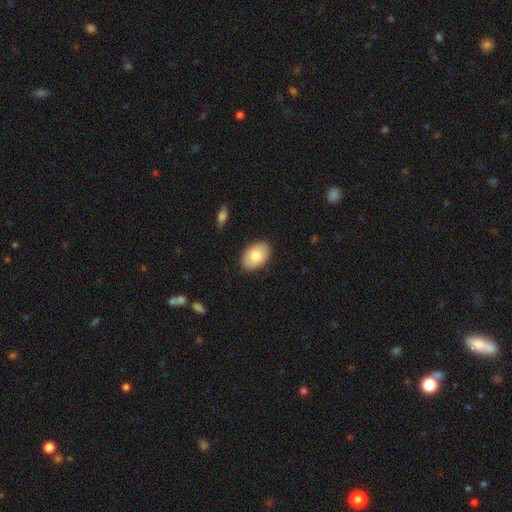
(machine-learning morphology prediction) Smooth or featured?
  - smooth: 79% *
  - featured or disk: 14%
  - star or artifact: 6%
How rounded?
  - in between: 89% *
  - round: 10%
  - cigar-shaped: 1%
Merging?
  - none: 87% *
  - minor disturbance: 10%
  - major disturbance: 2%
  - merger: 1%